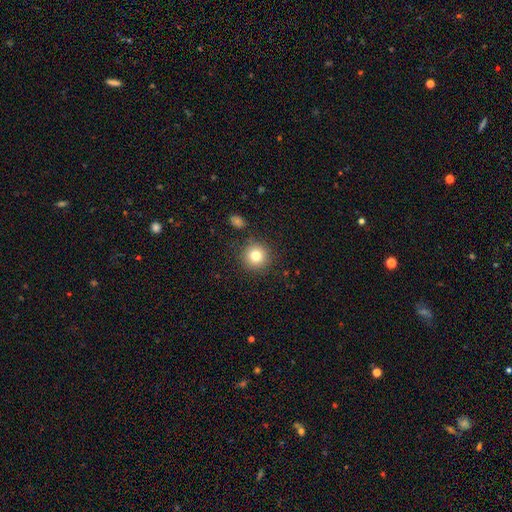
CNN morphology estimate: This is clearly a smooth galaxy (81%). How rounded: clearly round (94%). Merging: clearly none (87%).